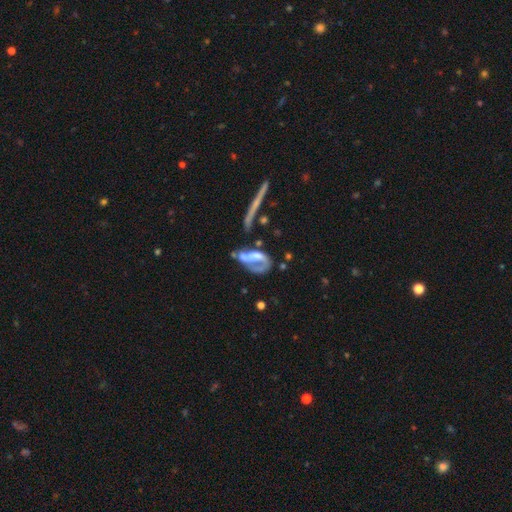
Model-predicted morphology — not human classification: Smooth or featured?
  - featured or disk: 66% *
  - smooth: 26%
  - star or artifact: 8%
Edge-on disk?
  - no: 92% *
  - yes: 8%
Bar?
  - no: 49% *
  - weak: 29%
  - strong: 22%
Spiral arms?
  - yes: 61% *
  - no: 39%
Bulge size?
  - none: 32% *
  - moderate: 30%
  - small: 25%
  - large: 10%
  - dominant: 2%
Merging?
  - major disturbance: 39% *
  - none: 26%
  - merger: 18%
  - minor disturbance: 18%